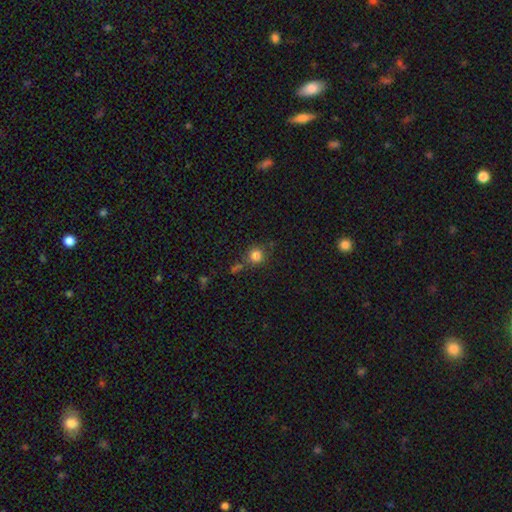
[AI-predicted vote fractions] Smooth or featured?
  - smooth: 81% *
  - star or artifact: 13%
  - featured or disk: 6%
How rounded?
  - round: 91% *
  - in between: 8%
  - cigar-shaped: 1%
Merging?
  - none: 71% *
  - minor disturbance: 13%
  - merger: 11%
  - major disturbance: 5%